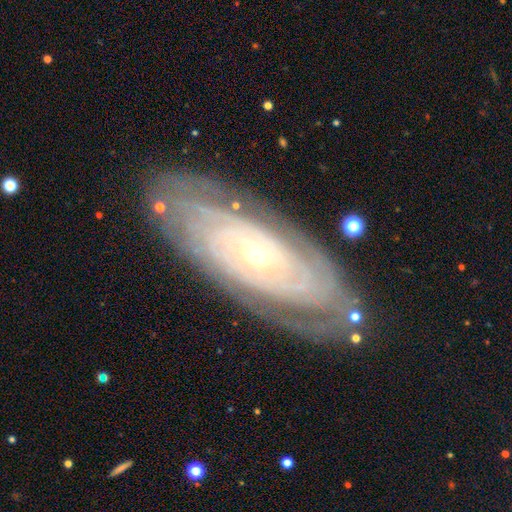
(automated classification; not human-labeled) A featured or disk galaxy (85%) with no bar (81%), tight (85%) spiral arms (93%) and a small central bulge (80%).

Vote fractions:
- Smooth or featured? featured or disk: 85% / smooth: 9% / star or artifact: 7%
- Edge-on disk? no: 90% / yes: 10%
- Bar? no: 81% / weak: 14% / strong: 6%
- Spiral arms? yes: 93% / no: 7%
- Spiral winding? tight: 85% / medium: 12% / loose: 3%
- Spiral arm count? can't tell: 45% / more than 4: 15% / 4: 12% / 2: 12% / 3: 10% / 1: 6%
- Bulge size? small: 80% / moderate: 16% / large: 1% / none: 1% / dominant: 1%
- Merging? none: 82% / minor disturbance: 13% / major disturbance: 4% / merger: 1%